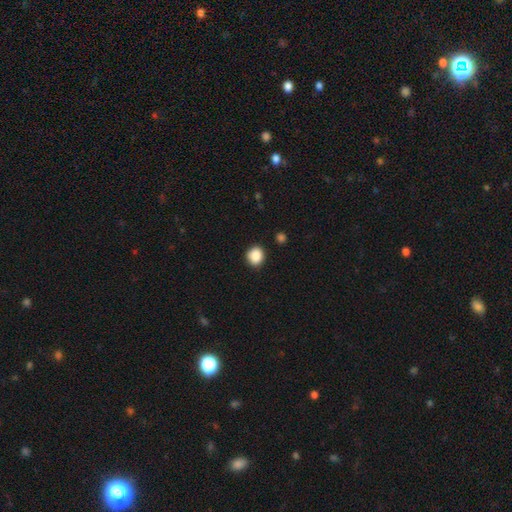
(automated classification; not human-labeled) Smooth or featured?
  - smooth: 87% *
  - star or artifact: 9%
  - featured or disk: 4%
How rounded?
  - round: 77% *
  - in between: 22%
  - cigar-shaped: 1%
Merging?
  - none: 86% *
  - minor disturbance: 10%
  - major disturbance: 2%
  - merger: 2%